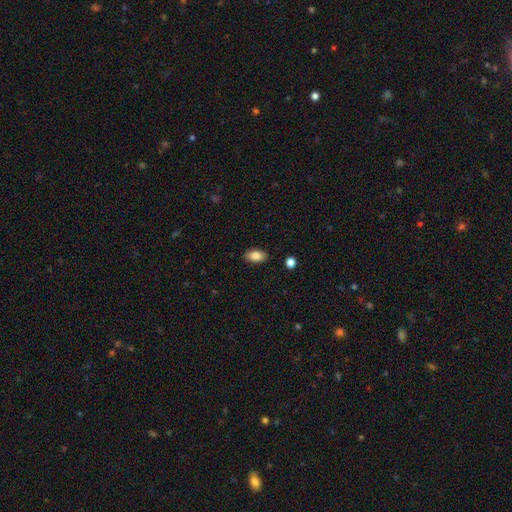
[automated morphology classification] Overall: smooth (86%). How rounded: in between (92%). Merging: none (88%).